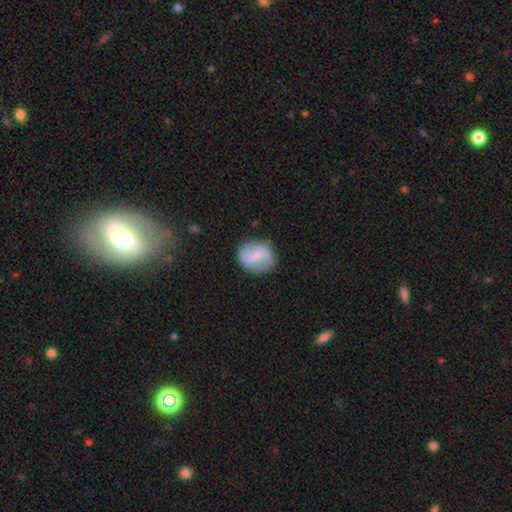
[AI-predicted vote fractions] Smooth or featured? Predicted: smooth (p=0.57). How rounded? Predicted: round (p=0.64). Merging? Predicted: none (p=0.76).